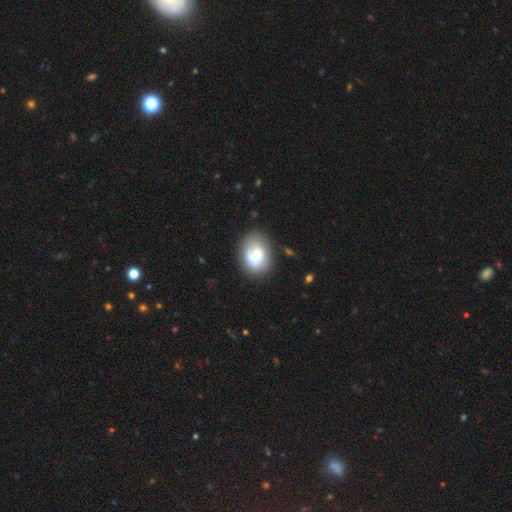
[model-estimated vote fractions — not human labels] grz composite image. It shows a smooth galaxy with no disk features (57%) that is in between round and cigar-shaped (61%). Merging: none (70%).